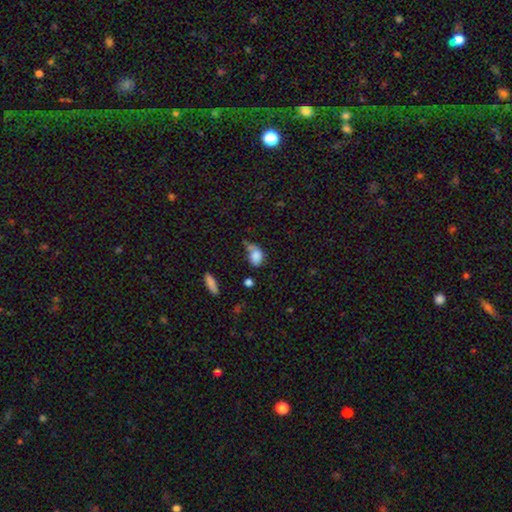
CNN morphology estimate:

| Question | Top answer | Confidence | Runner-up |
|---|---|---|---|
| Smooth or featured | smooth | 81% | featured or disk (10%) |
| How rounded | in between | 73% | round (25%) |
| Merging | minor disturbance | 32% | none (31%) |